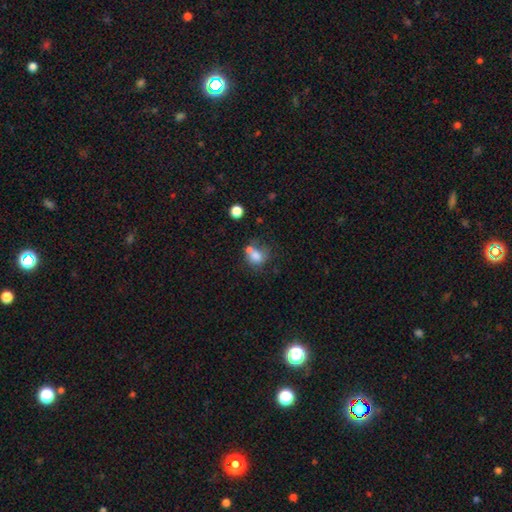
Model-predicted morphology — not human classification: A smooth galaxy with no disk features (74%) that is round (60%).

Vote fractions:
- Smooth or featured? smooth: 74% / featured or disk: 15% / star or artifact: 12%
- How rounded? round: 60% / in between: 39% / cigar-shaped: 1%
- Merging? merger: 39% / none: 35% / minor disturbance: 16% / major disturbance: 11%